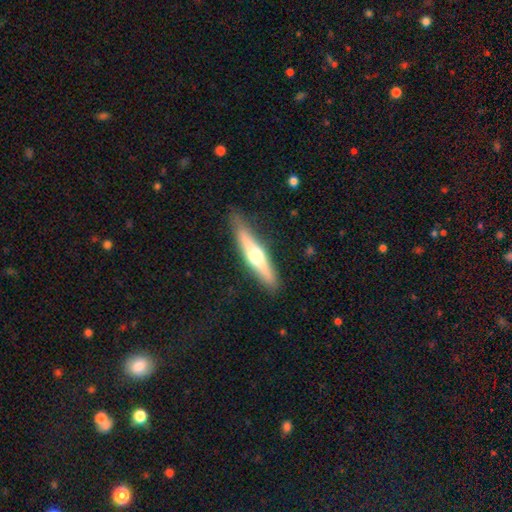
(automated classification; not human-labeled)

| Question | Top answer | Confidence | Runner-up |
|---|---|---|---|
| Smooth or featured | featured or disk | 59% | smooth (36%) |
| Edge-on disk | yes | 94% | no (6%) |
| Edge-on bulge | rounded | 92% | none (4%) |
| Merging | none | 85% | minor disturbance (11%) |